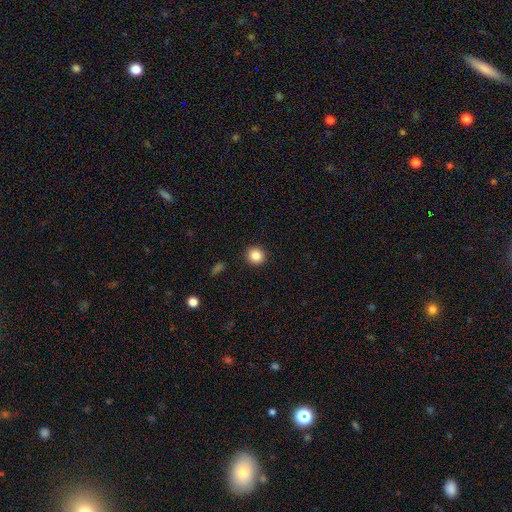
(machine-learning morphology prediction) smooth 86%, star or artifact 10%, featured or disk 4%. Down the decision tree: how rounded — round (92%); merging — none (92%).